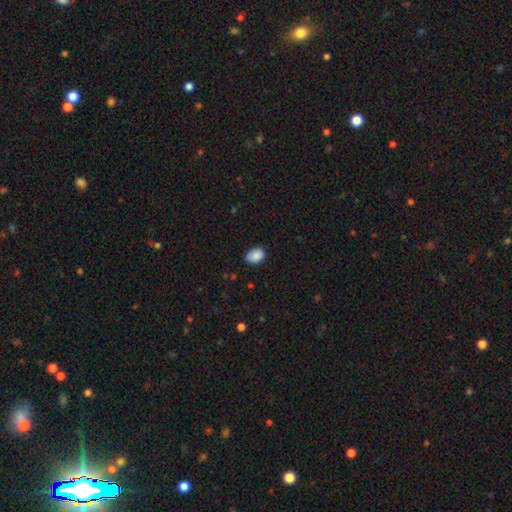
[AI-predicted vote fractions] Smooth or featured: smooth — 88% (star or artifact — 8%)
How rounded: in between — 75% (round — 24%)
Merging: none — 79% (minor disturbance — 18%)